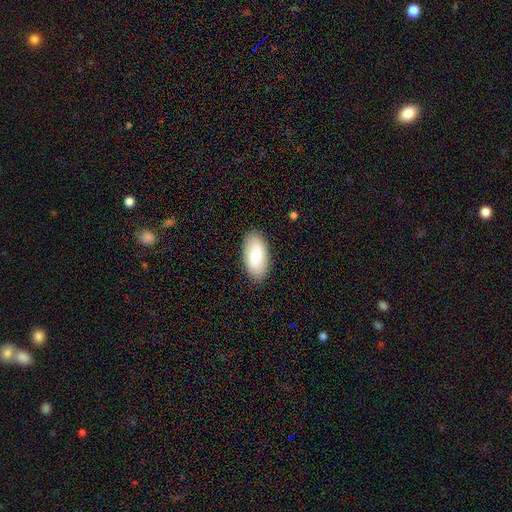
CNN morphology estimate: Smooth or featured? Predicted: smooth (p=0.71). How rounded? Predicted: in between (p=0.94). Merging? Predicted: none (p=0.88).